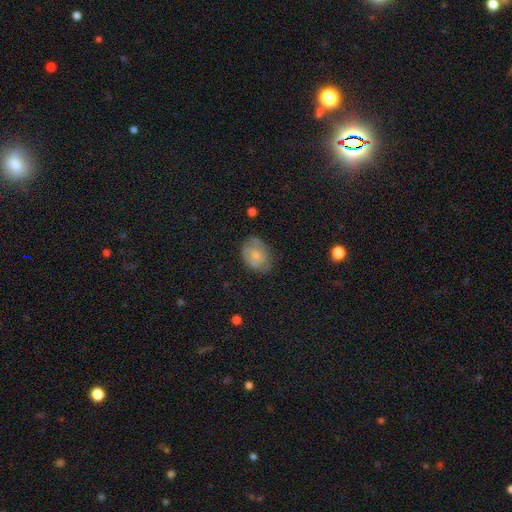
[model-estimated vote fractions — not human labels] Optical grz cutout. It shows a smooth galaxy with no disk features (64%) that is in between round and cigar-shaped (73%). Merging: none (69%).